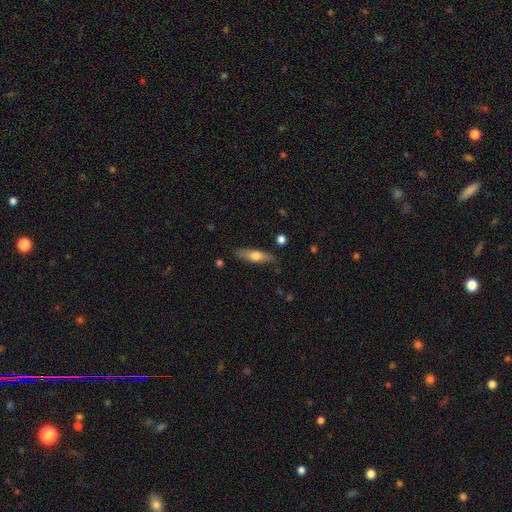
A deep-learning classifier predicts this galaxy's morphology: smooth_or_featured: smooth (p=0.59) [alt: featured or disk p=0.36]
how_rounded: cigar-shaped (p=0.58) [alt: in between p=0.40]
merging: none (p=0.82) [alt: minor disturbance p=0.13]